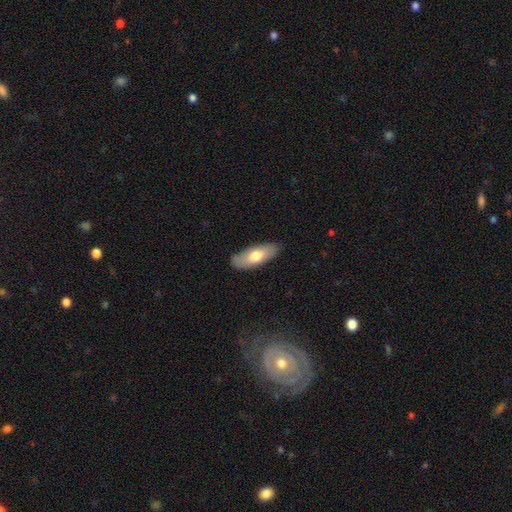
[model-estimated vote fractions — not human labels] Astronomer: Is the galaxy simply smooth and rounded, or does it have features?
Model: smooth — 67%.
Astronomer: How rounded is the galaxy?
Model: in between — 76%.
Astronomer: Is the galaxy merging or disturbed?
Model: none — 84%.